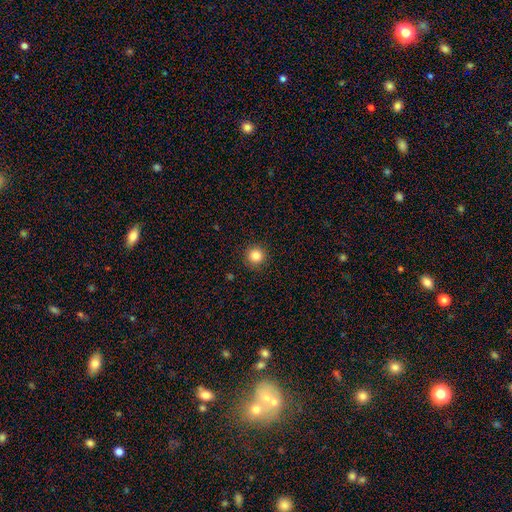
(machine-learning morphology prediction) Smooth or featured? smooth (84%)
How rounded? round (95%)
Merging? none (91%)